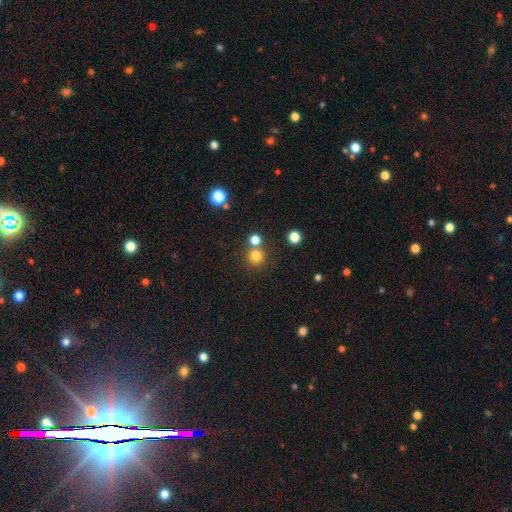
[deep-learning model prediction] A smooth galaxy with no disk features (78%) that is round (93%).

Vote fractions:
- Smooth or featured? smooth: 78% / star or artifact: 15% / featured or disk: 6%
- How rounded? round: 93% / in between: 6% / cigar-shaped: 1%
- Merging? none: 71% / merger: 19% / minor disturbance: 7% / major disturbance: 3%